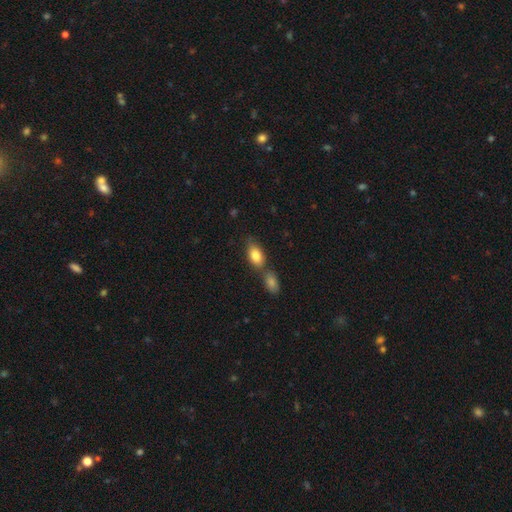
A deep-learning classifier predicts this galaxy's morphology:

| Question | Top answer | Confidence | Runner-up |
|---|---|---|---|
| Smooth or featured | smooth | 82% | featured or disk (12%) |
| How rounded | in between | 89% | round (6%) |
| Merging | none | 52% | merger (32%) |